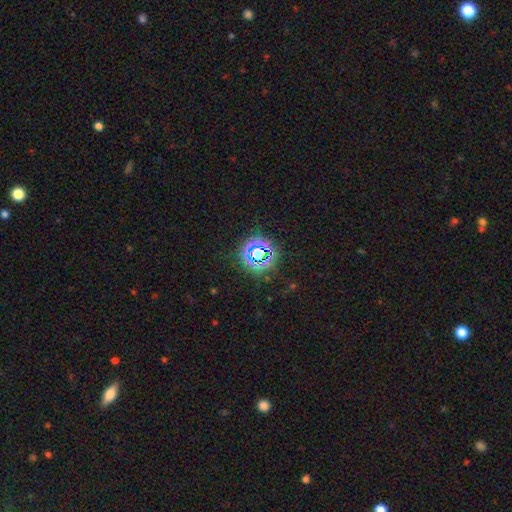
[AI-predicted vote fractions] A star or artifact, not a galaxy (73%).